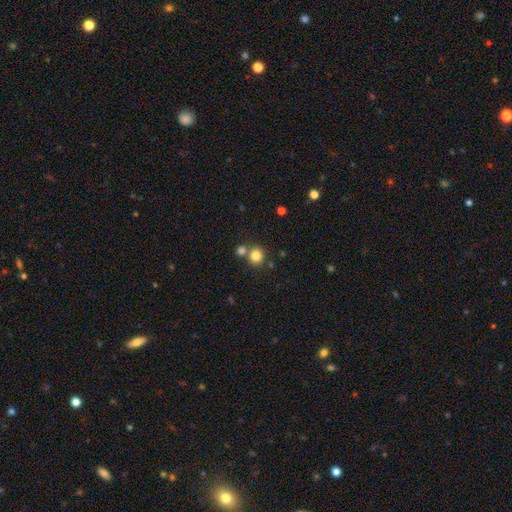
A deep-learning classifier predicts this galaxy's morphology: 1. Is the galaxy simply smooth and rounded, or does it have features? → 82% smooth, 11% star or artifact, 6% featured or disk.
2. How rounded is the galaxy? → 89% round, 10% in between, 1% cigar-shaped.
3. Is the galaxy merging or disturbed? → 65% none, 25% merger, 7% minor disturbance, 3% major disturbance.